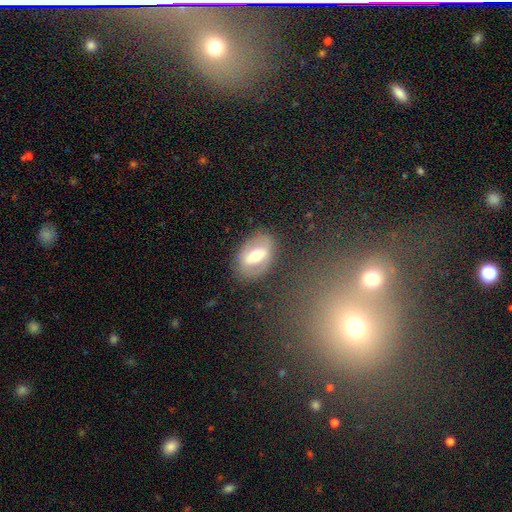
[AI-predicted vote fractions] This is possibly a featured or disk galaxy (58%). It is clearly not viewed edge-on (87%). Bar: possibly strong (58%). Spiral arm pattern: likely no (71%). Central bulge: likely moderate (69%). Merging: clearly none (82%).